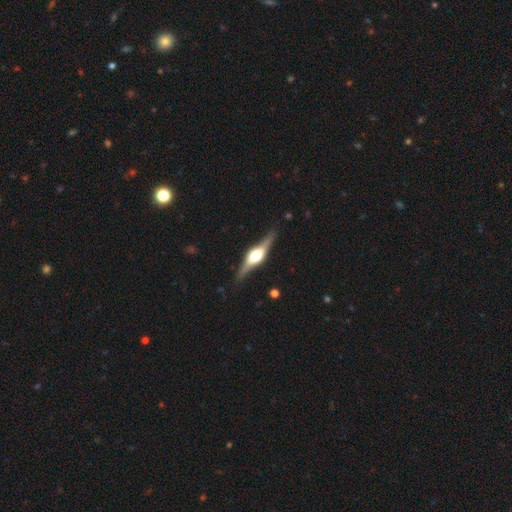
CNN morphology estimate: featured or disk 81%, smooth 14%, star or artifact 5%. Down the decision tree: edge-on disk — yes (96%); edge-on bulge — rounded (91%); merging — none (85%).